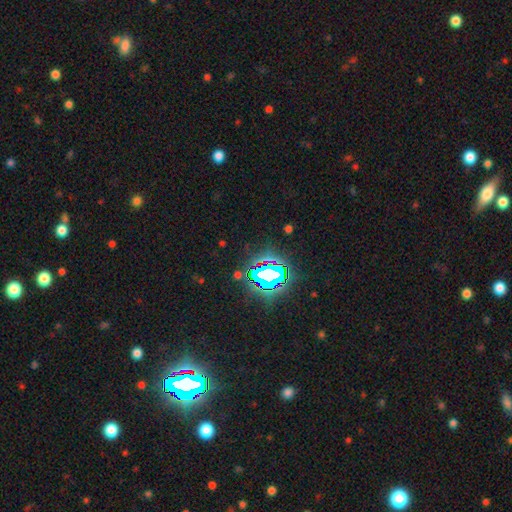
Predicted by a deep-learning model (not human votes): Smooth or featured?
  - star or artifact: 80% *
  - smooth: 12%
  - featured or disk: 8%